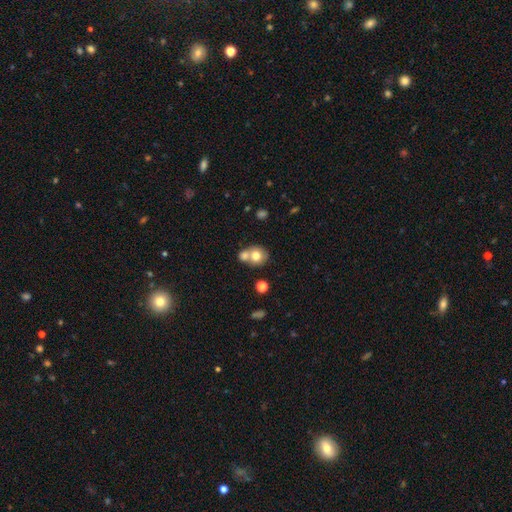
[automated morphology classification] The model was most divided on "merging": merger: 52%, none: 37%, minor disturbance: 8%, major disturbance: 3%. More confident: how rounded — round (74%); smooth or featured — smooth (73%).